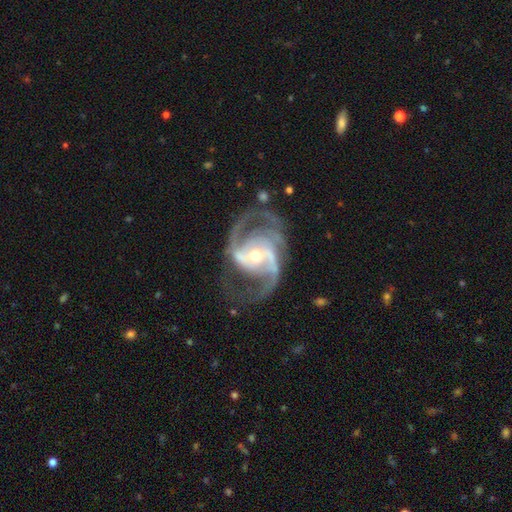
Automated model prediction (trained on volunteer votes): smooth-or-featured: featured or disk: 93% | star or artifact: 4% | smooth: 3%
  disk-edge-on: no: 98% | yes: 2%
    bar: weak: 36% | no: 35% | strong: 29%
    has-spiral-arms: yes: 98% | no: 2%
      spiral-winding: medium: 58% | loose: 22% | tight: 20%
      spiral-arm-count: 2: 66% | 3: 18% | can't tell: 5% | 4: 4% | 1: 3% | more than 4: 3%
    bulge-size: moderate: 60% | small: 34% | large: 4% | none: 1% | dominant: 1%
  merging: none: 64% | minor disturbance: 18% | major disturbance: 16% | merger: 2%